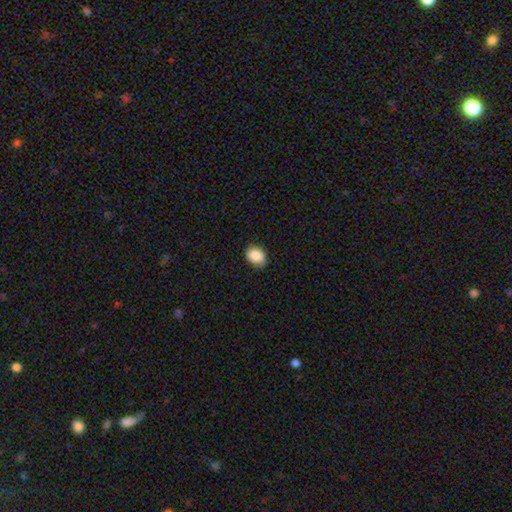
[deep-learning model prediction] Morphology: type=smooth (88%); roundness=in between (66%); merging=none (82%).